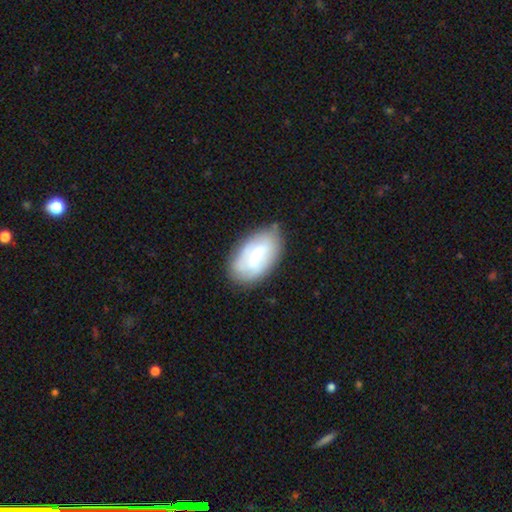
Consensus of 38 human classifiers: A smooth galaxy with no disk features (66%) that is in between round and cigar-shaped (88%). Merging: none (66%).